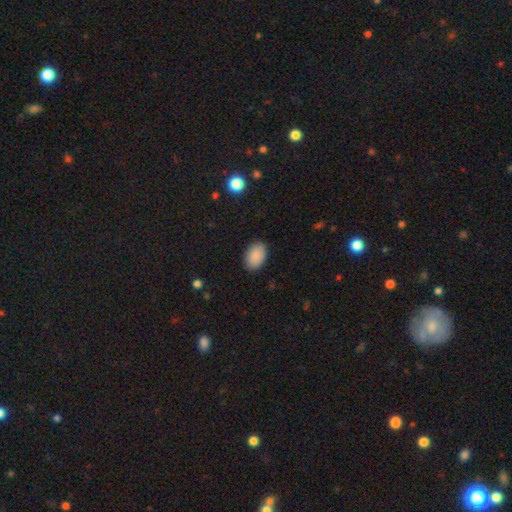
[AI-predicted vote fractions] Smooth or featured? smooth (90%)
How rounded? in between (89%)
Merging? none (88%)